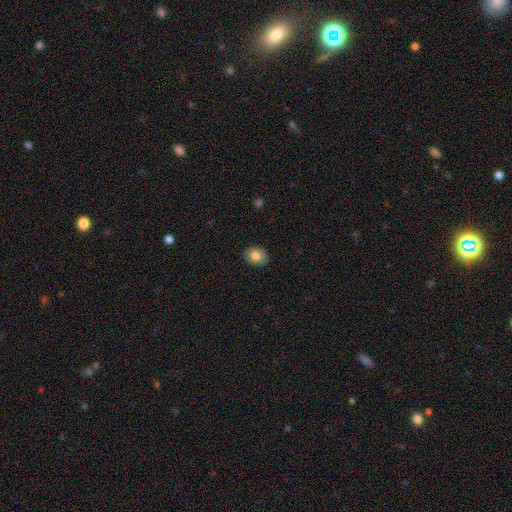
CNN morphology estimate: This is clearly a smooth galaxy (82%). How rounded: possibly in between (50%). Merging: clearly none (88%).